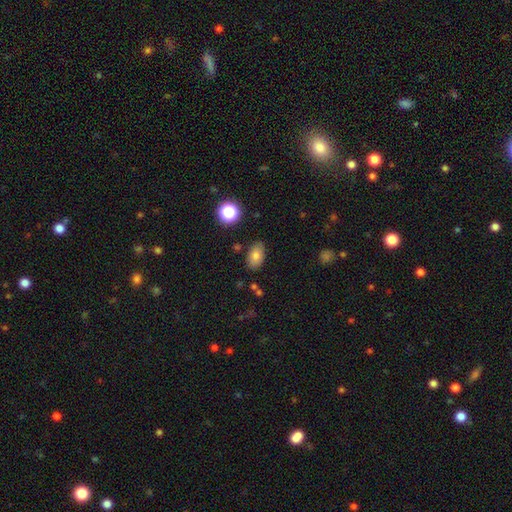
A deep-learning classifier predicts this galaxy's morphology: smooth-or-featured: smooth: 78% | featured or disk: 11% | star or artifact: 11%
  how-rounded: in between: 89% | round: 10% | cigar-shaped: 2%
  merging: none: 81% | minor disturbance: 13% | merger: 3% | major disturbance: 3%